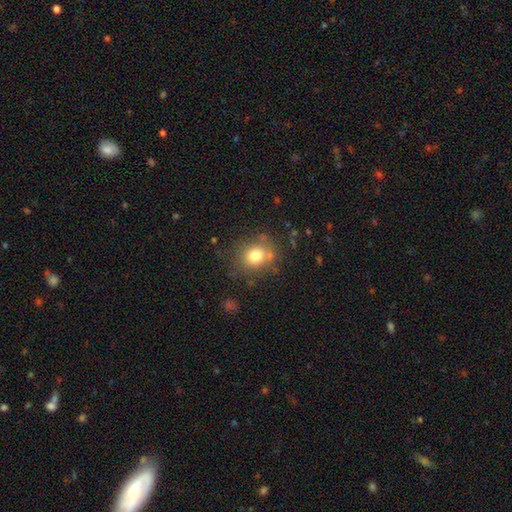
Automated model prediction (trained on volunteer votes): Smooth or featured? Predicted: smooth (p=0.77). How rounded? Predicted: round (p=0.71). Merging? Predicted: none (p=0.73).